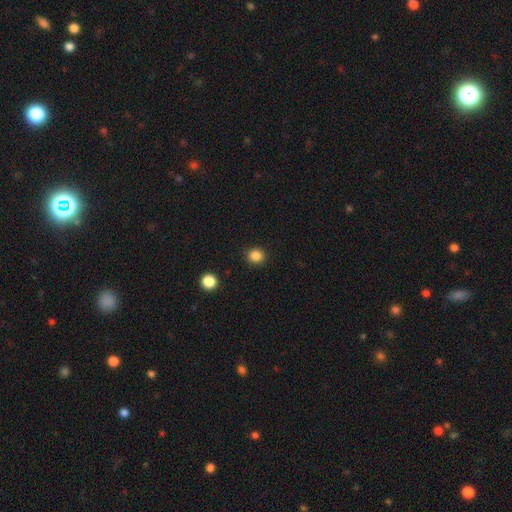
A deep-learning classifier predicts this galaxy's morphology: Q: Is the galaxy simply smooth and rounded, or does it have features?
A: smooth — 85%.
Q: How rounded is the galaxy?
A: round — 90%.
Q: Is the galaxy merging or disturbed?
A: none — 90%.